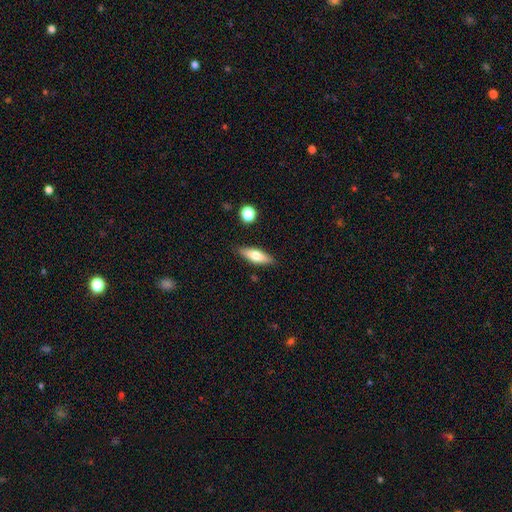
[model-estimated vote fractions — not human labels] Smooth or featured?
  - smooth: 65% *
  - featured or disk: 28%
  - star or artifact: 7%
How rounded?
  - in between: 54% *
  - cigar-shaped: 43%
  - round: 3%
Merging?
  - none: 85% *
  - minor disturbance: 10%
  - major disturbance: 2%
  - merger: 2%